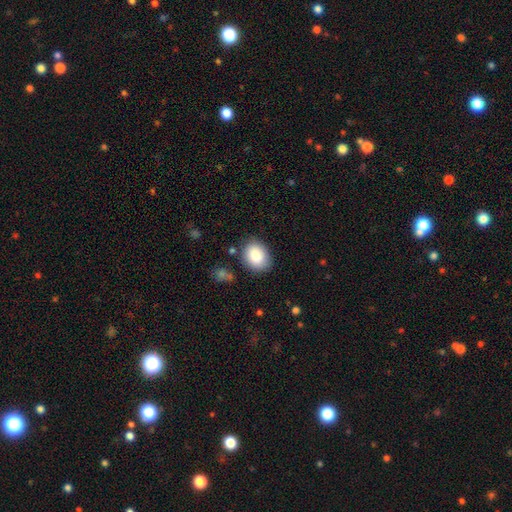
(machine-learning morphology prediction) Smooth or featured? Predicted: smooth (p=0.87). How rounded? Predicted: in between (p=0.64). Merging? Predicted: none (p=0.80).